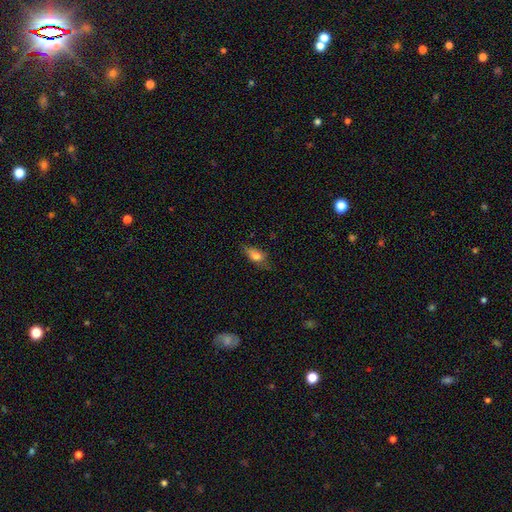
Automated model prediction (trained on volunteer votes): A smooth galaxy with no disk features (72%) that is in between round and cigar-shaped (77%).

Vote fractions:
- Smooth or featured? smooth: 72% / featured or disk: 17% / star or artifact: 11%
- How rounded? in between: 77% / cigar-shaped: 14% / round: 9%
- Merging? none: 54% / minor disturbance: 32% / major disturbance: 13% / merger: 2%